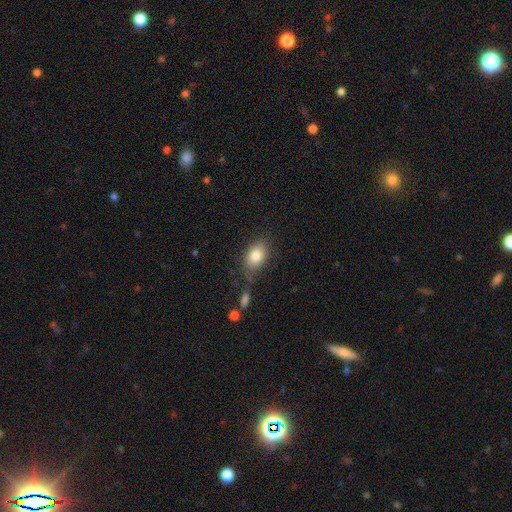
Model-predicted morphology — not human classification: type=smooth (83%); roundness=in between (82%); merging=none (71%).